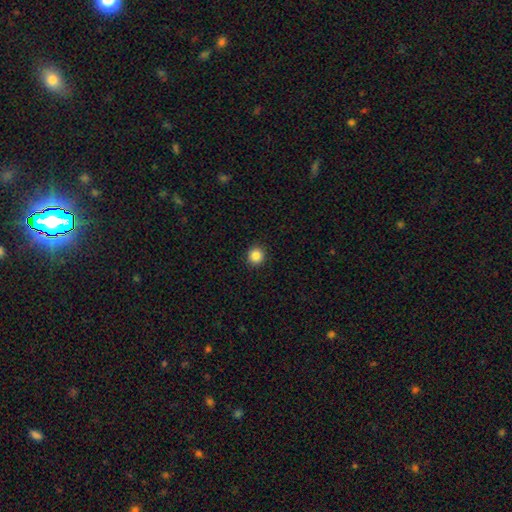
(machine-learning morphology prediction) Q: Smooth or featured?
A: smooth (86%); runner-up: star or artifact (10%)
Q: How rounded?
A: round (93%); runner-up: in between (6%)
Q: Merging?
A: none (93%); runner-up: minor disturbance (4%)